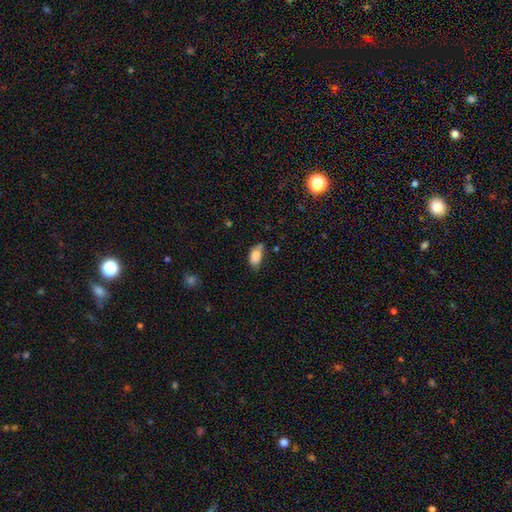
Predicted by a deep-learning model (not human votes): Morphology: type=smooth (84%); roundness=in between (91%); merging=none (48%).